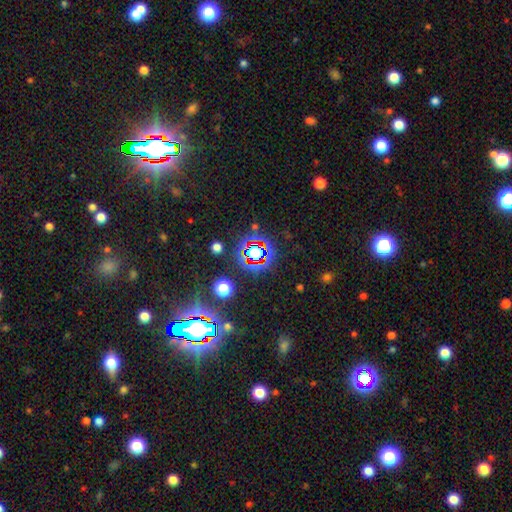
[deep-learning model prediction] This appears to be a star or artifact, not a galaxy (67%).